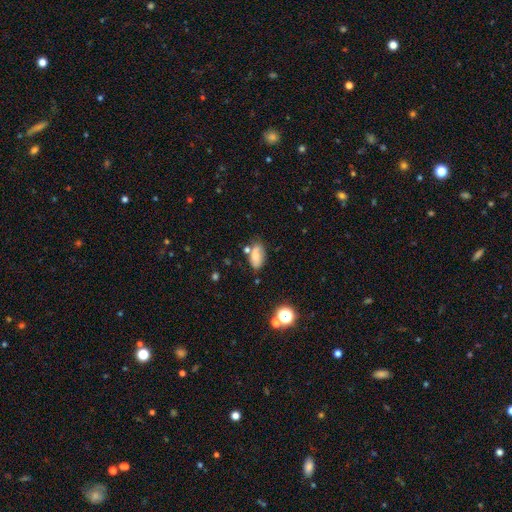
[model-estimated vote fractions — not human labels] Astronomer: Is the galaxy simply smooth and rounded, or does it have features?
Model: smooth — 71%.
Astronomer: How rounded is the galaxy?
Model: in between — 89%.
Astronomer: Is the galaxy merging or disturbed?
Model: none — 60%.